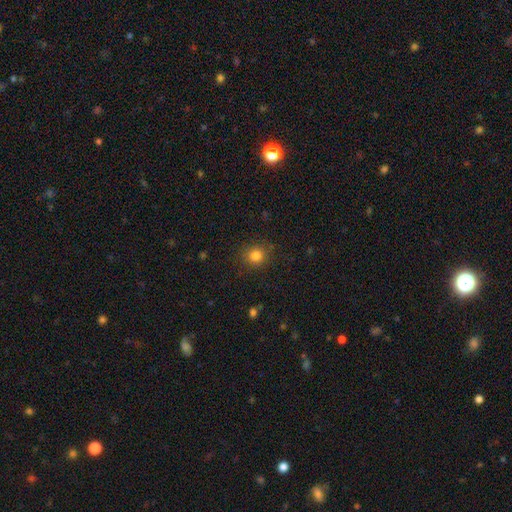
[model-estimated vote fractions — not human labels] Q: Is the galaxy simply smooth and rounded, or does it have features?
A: smooth — 82%.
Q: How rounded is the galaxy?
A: round — 87%.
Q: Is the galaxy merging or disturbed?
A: none — 87%.